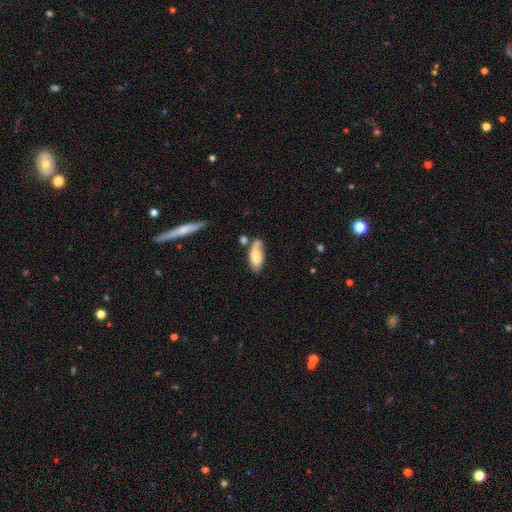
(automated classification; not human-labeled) A smooth galaxy with no disk features (69%) that is in between round and cigar-shaped (82%). Merging: none (44%).